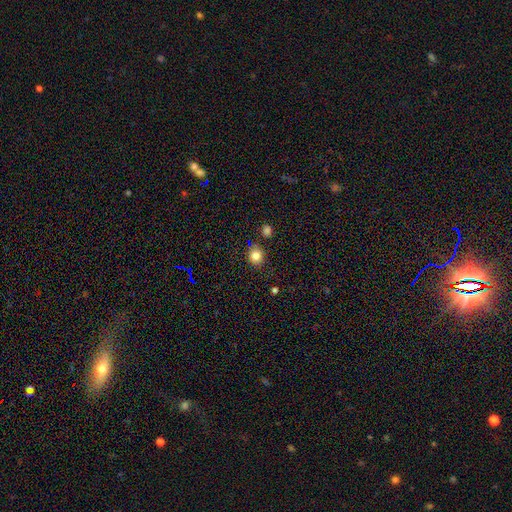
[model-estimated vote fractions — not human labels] smooth 83%, star or artifact 11%, featured or disk 5%. Down the decision tree: how rounded — round (83%); merging — none (83%).